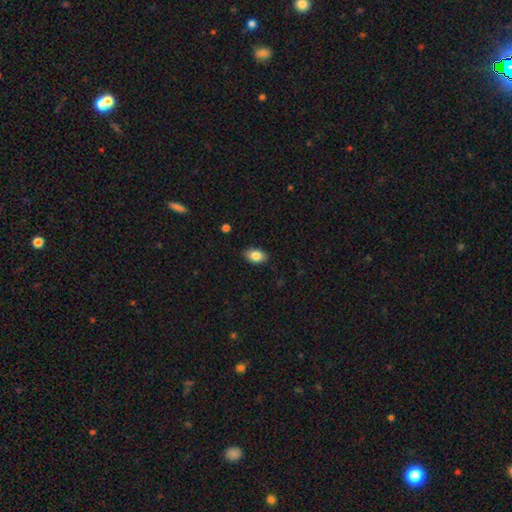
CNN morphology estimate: The model was most divided on "merging": none: 86%, minor disturbance: 11%, major disturbance: 2%, merger: 1%. More confident: how rounded — in between (87%); smooth or featured — smooth (85%).